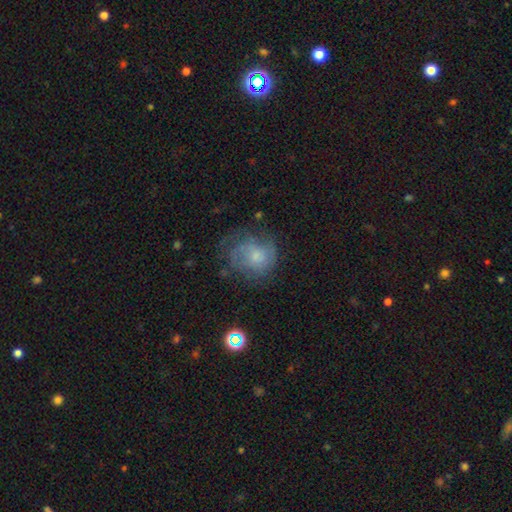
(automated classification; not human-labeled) A featured or disk galaxy (46%). Merging: none (50%).